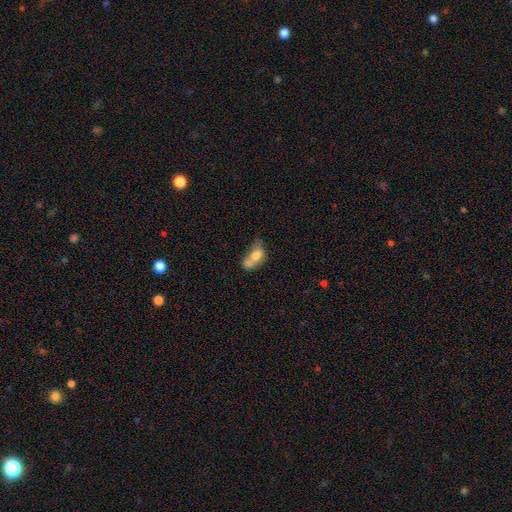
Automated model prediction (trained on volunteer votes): smooth-or-featured: smooth: 66% | featured or disk: 25% | star or artifact: 9%
  how-rounded: in between: 74% | round: 22% | cigar-shaped: 4%
  merging: merger: 57% | none: 18% | minor disturbance: 14% | major disturbance: 11%